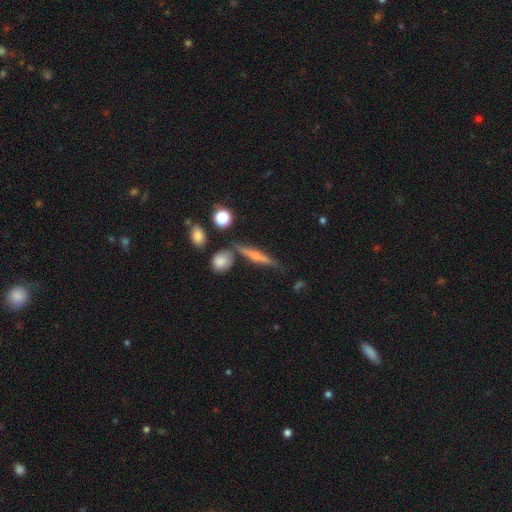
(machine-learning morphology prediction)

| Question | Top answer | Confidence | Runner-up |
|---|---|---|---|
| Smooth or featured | featured or disk | 50% | smooth (41%) |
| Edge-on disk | yes | 93% | no (7%) |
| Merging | none | 73% | minor disturbance (13%) |